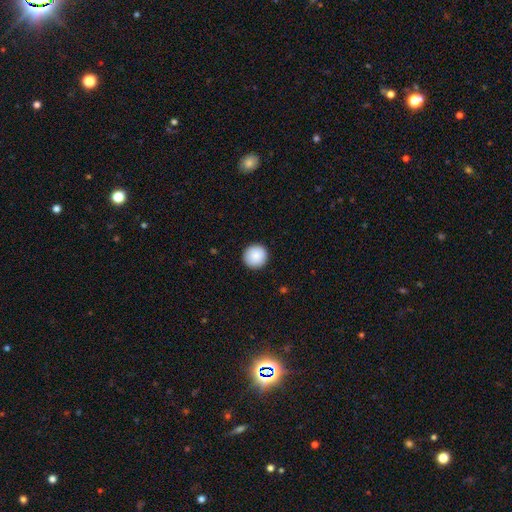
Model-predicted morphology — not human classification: This appears to be a smooth galaxy with no disk features (89%) that is round (96%). Merging: none (93%).